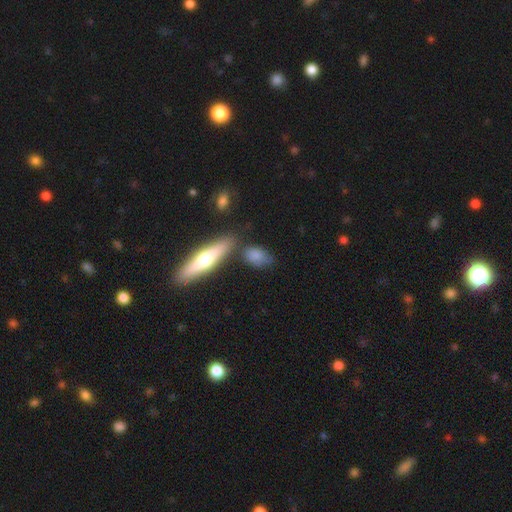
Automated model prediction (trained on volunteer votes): Smooth or featured: smooth — 77% (featured or disk — 15%)
How rounded: in between — 79% (round — 11%)
Merging: none — 62% (minor disturbance — 19%)